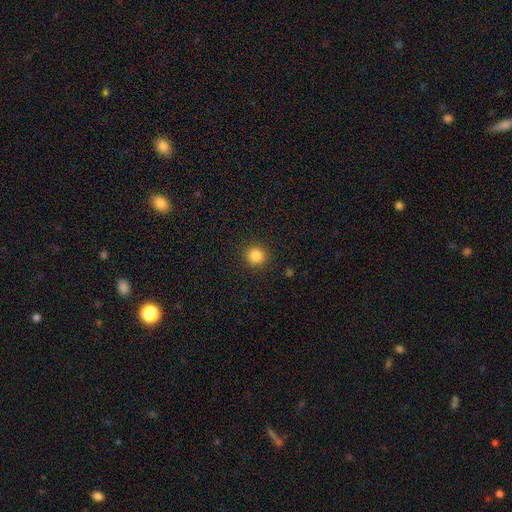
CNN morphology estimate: A smooth galaxy with no disk features (85%) that is round (92%).

Vote fractions:
- Smooth or featured? smooth: 85% / star or artifact: 11% / featured or disk: 4%
- How rounded? round: 92% / in between: 7% / cigar-shaped: 1%
- Merging? none: 91% / minor disturbance: 6% / major disturbance: 2% / merger: 1%